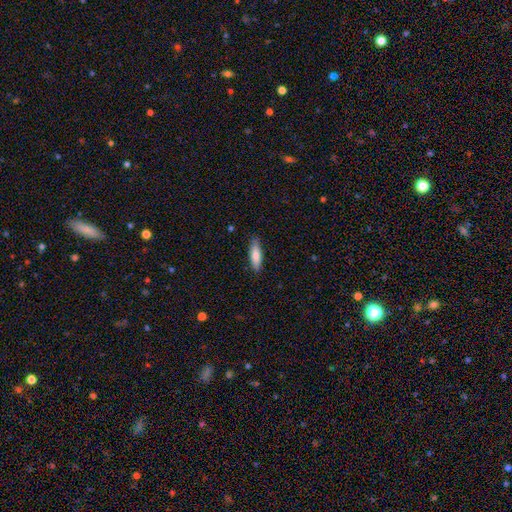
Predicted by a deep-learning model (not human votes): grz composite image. It shows a smooth galaxy with no disk features (77%) that is cigar-shaped (57%). Merging: none (87%).